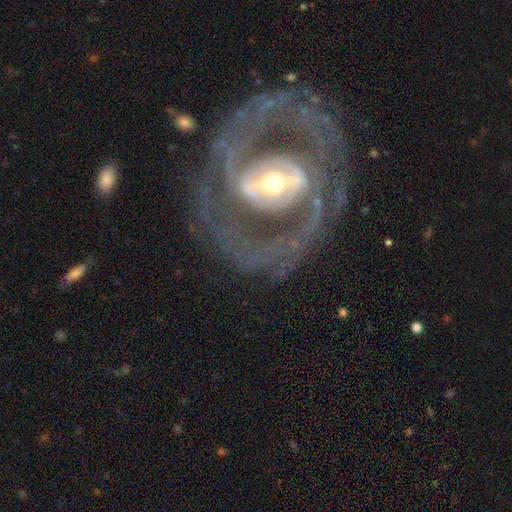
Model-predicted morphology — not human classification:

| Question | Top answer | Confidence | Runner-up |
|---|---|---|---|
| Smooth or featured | featured or disk | 87% | smooth (7%) |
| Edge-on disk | no | 96% | yes (4%) |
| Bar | strong | 38% | weak (33%) |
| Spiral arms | yes | 84% | no (16%) |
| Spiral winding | medium | 44% | tight (42%) |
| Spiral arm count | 2 | 76% | can't tell (11%) |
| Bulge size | moderate | 52% | small (33%) |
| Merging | none | 74% | minor disturbance (12%) |